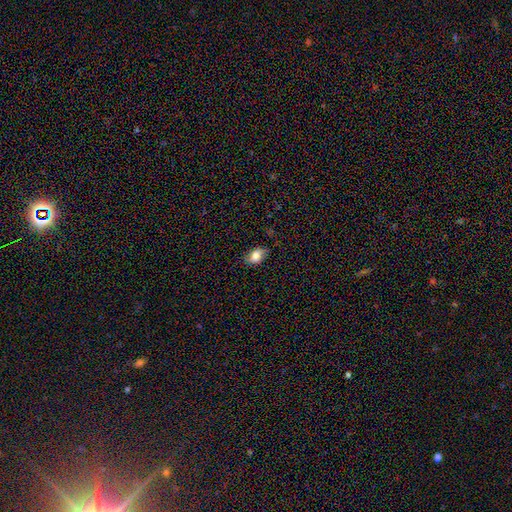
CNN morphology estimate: This appears to be a smooth galaxy with no disk features (81%) that is in between round and cigar-shaped (82%). Merging: none (74%).